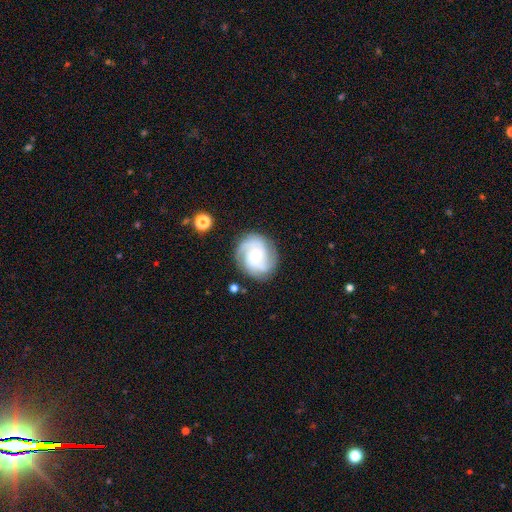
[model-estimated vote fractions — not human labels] A featured or disk galaxy (80%) with no bar (63%), 2 (39%) tight (48%) spiral arms (96%) and a small central bulge (60%).

Vote fractions:
- Smooth or featured? featured or disk: 80% / smooth: 15% / star or artifact: 6%
- Edge-on disk? no: 98% / yes: 2%
- Bar? no: 63% / weak: 31% / strong: 7%
- Spiral arms? yes: 96% / no: 4%
- Spiral winding? tight: 48% / medium: 41% / loose: 11%
- Spiral arm count? 2: 39% / 3: 35% / can't tell: 13% / 4: 5% / 1: 4% / more than 4: 3%
- Bulge size? small: 60% / moderate: 34% / large: 3% / none: 2% / dominant: 1%
- Merging? none: 79% / minor disturbance: 14% / major disturbance: 5% / merger: 2%